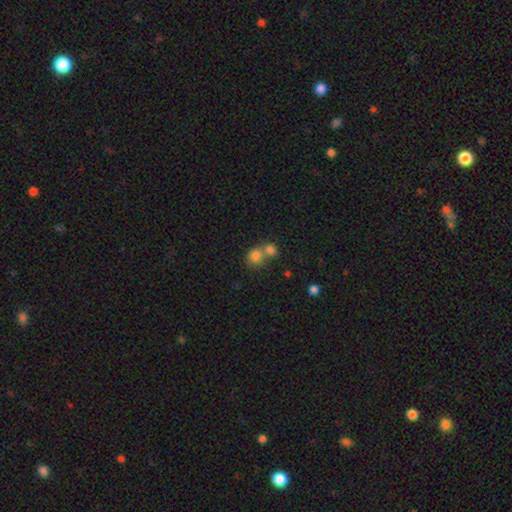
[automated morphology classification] This is likely a smooth galaxy (80%). How rounded: likely round (80%). Merging: possibly merger (56%).